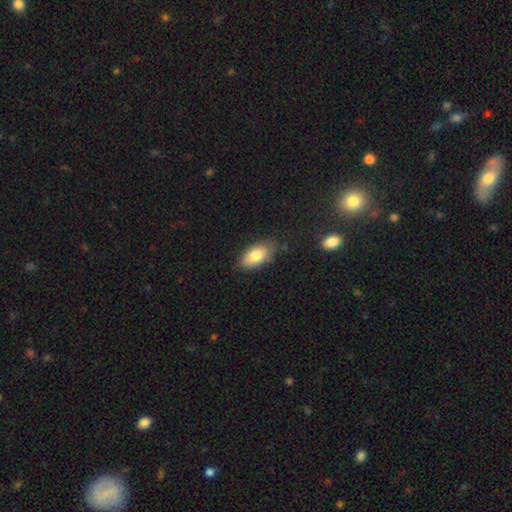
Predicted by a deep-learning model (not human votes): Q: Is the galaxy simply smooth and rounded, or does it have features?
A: smooth — 81%.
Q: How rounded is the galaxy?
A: in between — 91%.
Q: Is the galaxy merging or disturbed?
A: none — 75%.